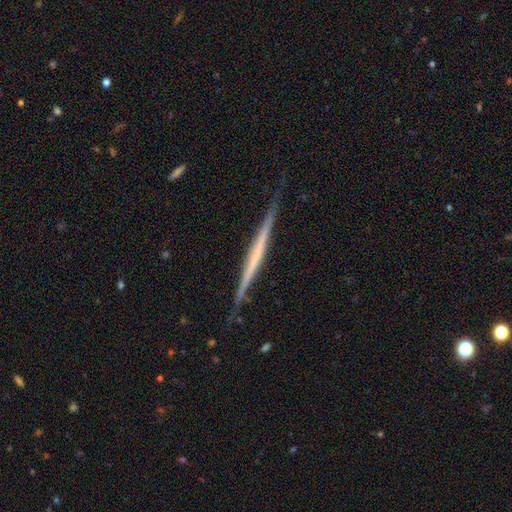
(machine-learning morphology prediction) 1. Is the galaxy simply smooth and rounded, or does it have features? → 69% featured or disk, 26% smooth, 5% star or artifact.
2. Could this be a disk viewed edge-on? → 98% yes, 2% no.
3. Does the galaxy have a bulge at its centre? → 83% none, 10% rounded, 7% boxy.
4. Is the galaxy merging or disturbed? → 85% none, 11% minor disturbance, 2% major disturbance, 1% merger.